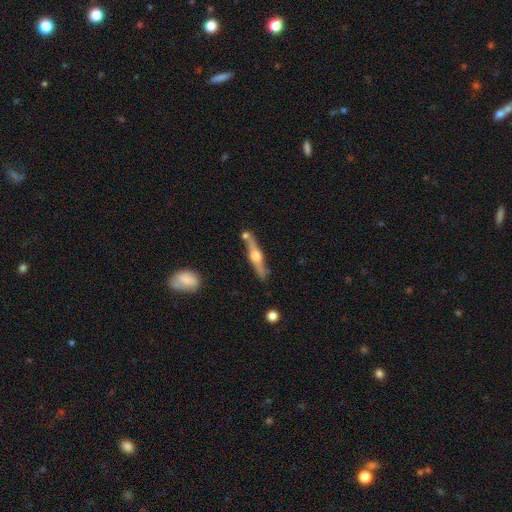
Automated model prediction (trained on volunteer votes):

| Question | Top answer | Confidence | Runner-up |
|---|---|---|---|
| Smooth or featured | featured or disk | 74% | smooth (21%) |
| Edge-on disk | yes | 96% | no (4%) |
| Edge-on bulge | rounded | 94% | boxy (4%) |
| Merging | none | 77% | minor disturbance (12%) |